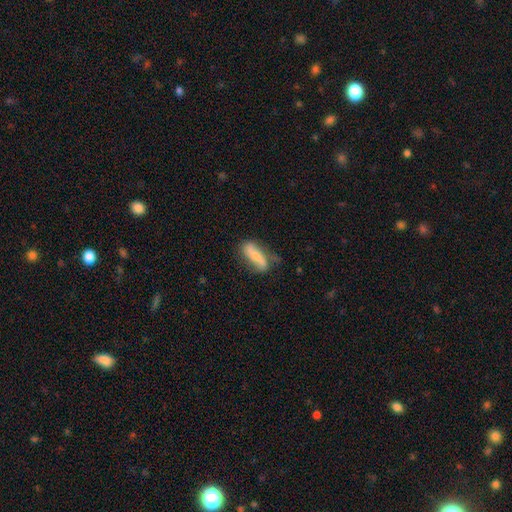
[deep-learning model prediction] The model was most divided on "how rounded": cigar-shaped: 49%, in between: 48%, round: 3%. More confident: smooth or featured — smooth (62%); merging — none (57%).